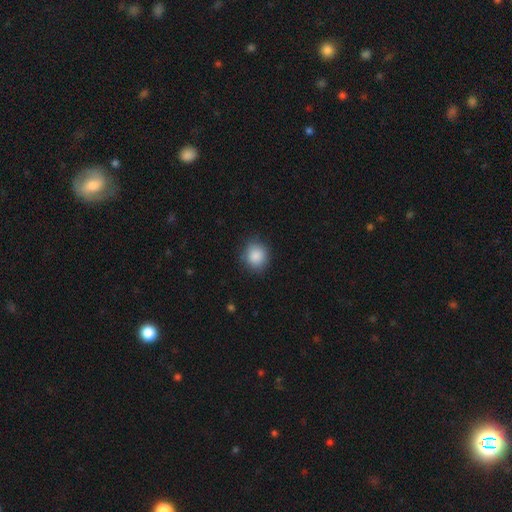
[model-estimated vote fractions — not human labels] Smooth or featured: smooth — 88% (star or artifact — 8%)
How rounded: round — 79% (in between — 20%)
Merging: none — 83% (minor disturbance — 12%)